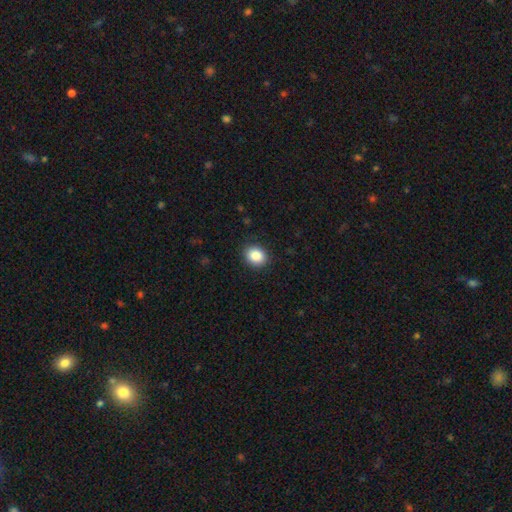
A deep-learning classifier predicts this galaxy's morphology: Overall: smooth (87%). How rounded: round (60%; in between 39%). Merging: none (90%).